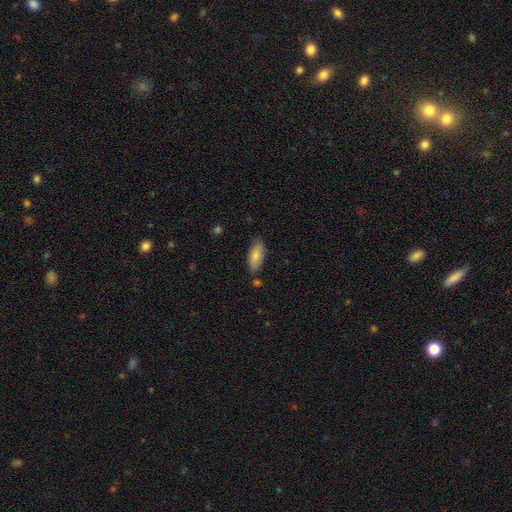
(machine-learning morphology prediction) The model was most divided on "merging": none: 78%, minor disturbance: 16%, merger: 3%, major disturbance: 3%. More confident: how rounded — in between (84%); smooth or featured — smooth (80%).